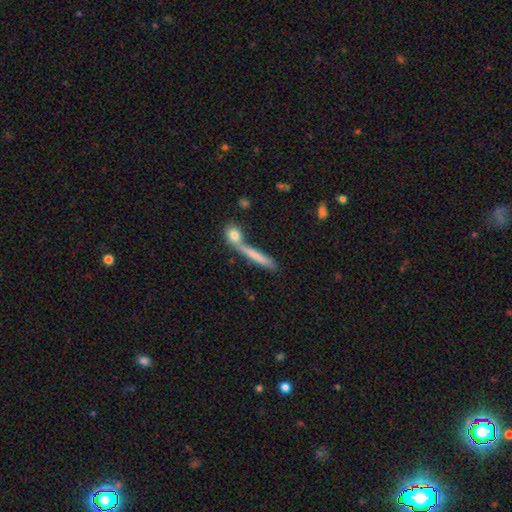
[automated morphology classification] smooth 69%, featured or disk 23%, star or artifact 8%. Down the decision tree: how rounded — cigar-shaped (83%); merging — none (50%).